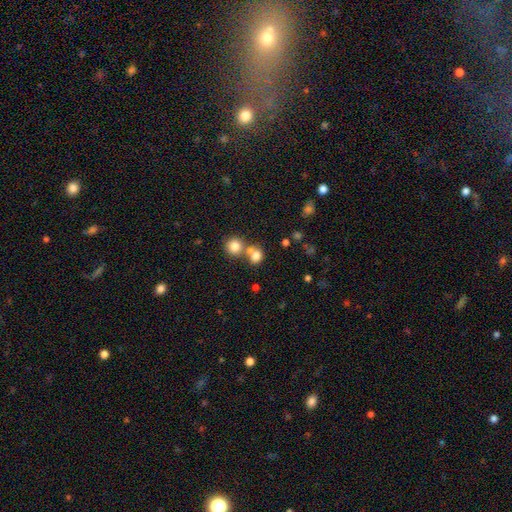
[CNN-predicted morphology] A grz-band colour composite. It shows a smooth galaxy with no disk features (77%) that is round (73%). Merging: none (47%).